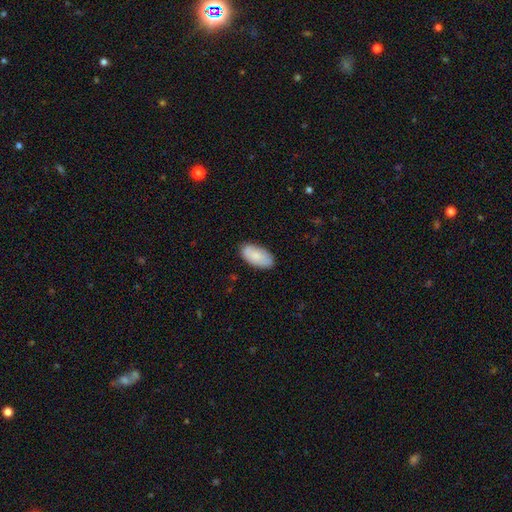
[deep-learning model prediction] smooth_or_featured: smooth (p=0.79) [alt: featured or disk p=0.15]
how_rounded: in between (p=0.94) [alt: cigar-shaped p=0.03]
merging: none (p=0.82) [alt: minor disturbance p=0.14]